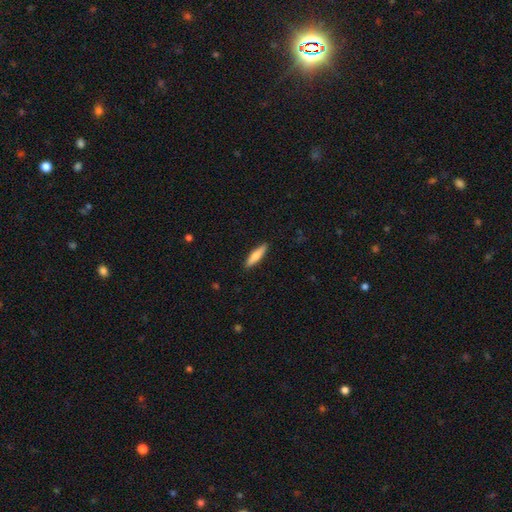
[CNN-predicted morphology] smooth-or-featured: smooth: 73% | featured or disk: 21% | star or artifact: 5%
  how-rounded: cigar-shaped: 76% | in between: 23% | round: 2%
  merging: none: 90% | minor disturbance: 7% | major disturbance: 2% | merger: 1%